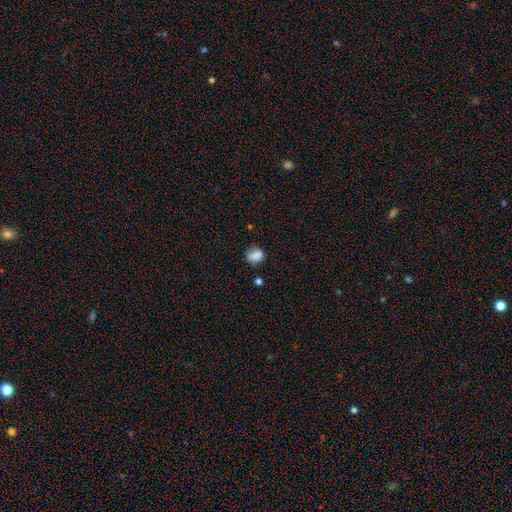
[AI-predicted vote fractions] Smooth or featured? Predicted: smooth (p=0.84). How rounded? Predicted: round (p=0.60). Merging? Predicted: none (p=0.70).